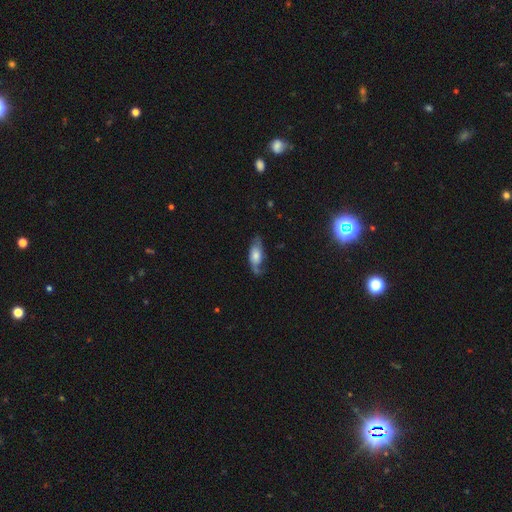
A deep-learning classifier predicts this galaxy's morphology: A featured or disk galaxy (49%).

Vote fractions:
- Smooth or featured? featured or disk: 49% / smooth: 44% / star or artifact: 7%
- Merging? none: 53% / minor disturbance: 28% / major disturbance: 16% / merger: 3%